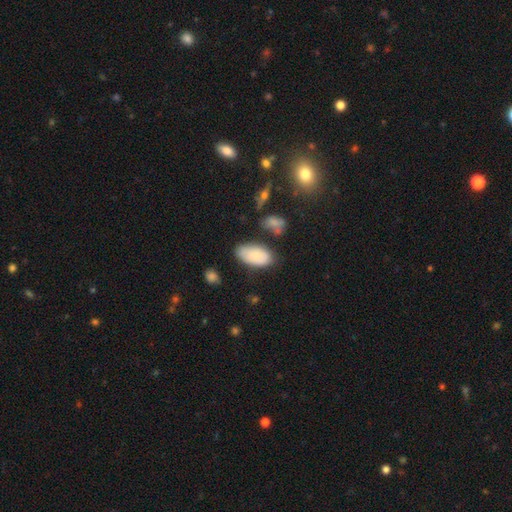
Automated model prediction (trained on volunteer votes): A smooth galaxy with no disk features (79%) that is in between round and cigar-shaped (95%). Merging: none (66%).